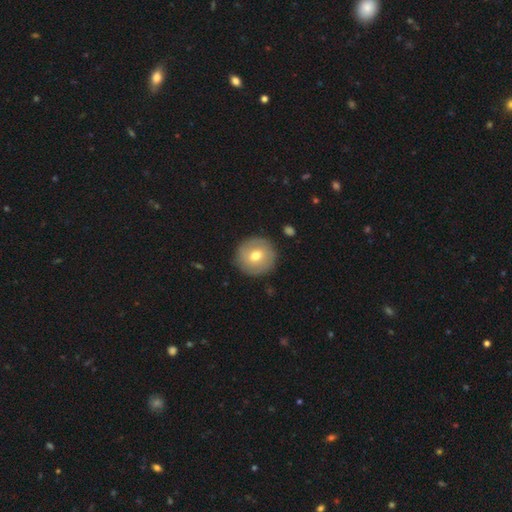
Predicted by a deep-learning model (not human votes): smooth_or_featured: smooth (p=0.59) [alt: featured or disk p=0.35]
how_rounded: round (p=0.94) [alt: in between p=0.05]
merging: none (p=0.87) [alt: minor disturbance p=0.09]